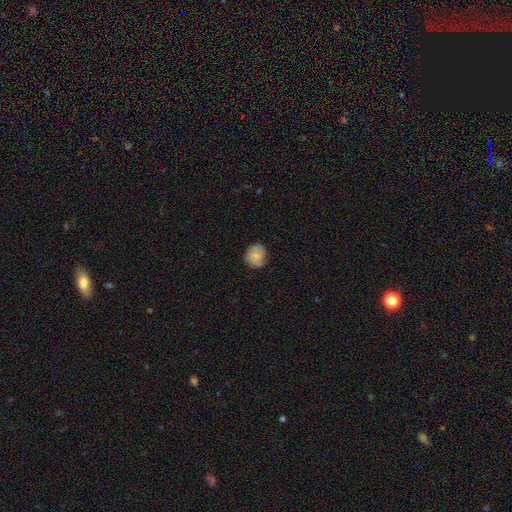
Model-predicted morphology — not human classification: The model was most divided on "merging": none: 63%, minor disturbance: 28%, major disturbance: 7%, merger: 1%. More confident: how rounded — round (71%); smooth or featured — smooth (71%).